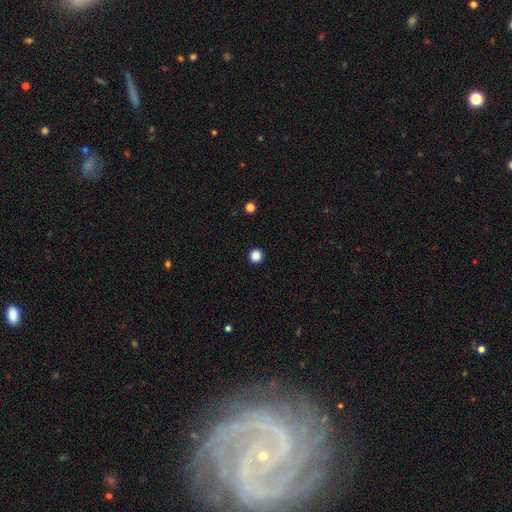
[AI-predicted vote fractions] smooth_or_featured: smooth (p=0.86) [alt: star or artifact p=0.11]
how_rounded: round (p=0.96) [alt: in between p=0.03]
merging: none (p=0.94) [alt: minor disturbance p=0.03]